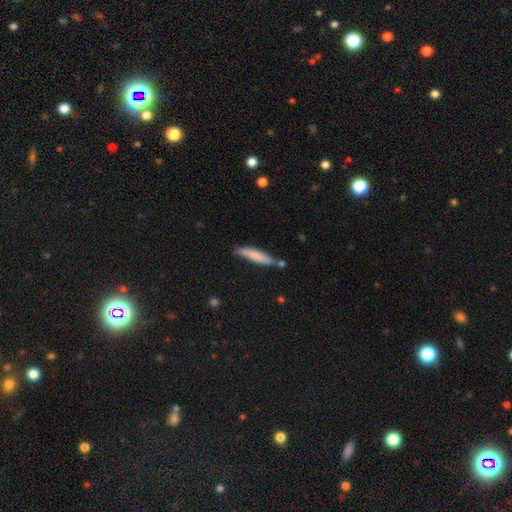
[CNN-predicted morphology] Overall: smooth (74%). How rounded: cigar-shaped (89%). Merging: none (72%).